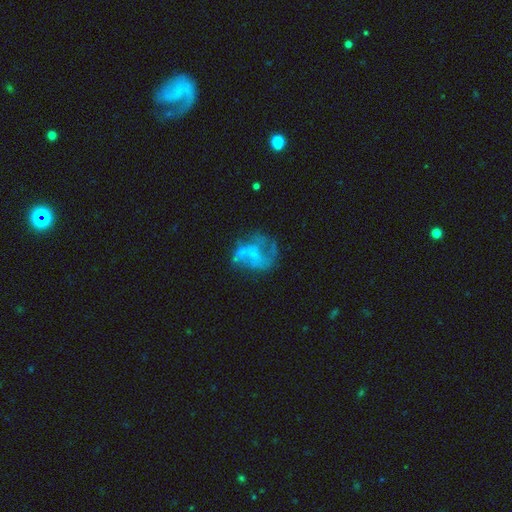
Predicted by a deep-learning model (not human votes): Smooth or featured? Predicted: featured or disk (p=0.65). Edge-on disk? Predicted: no (p=0.98). Bar? Predicted: no (p=0.76). Spiral arms? Predicted: no (p=0.60). Bulge size? Predicted: none (p=0.51). Merging? Predicted: none (p=0.39).